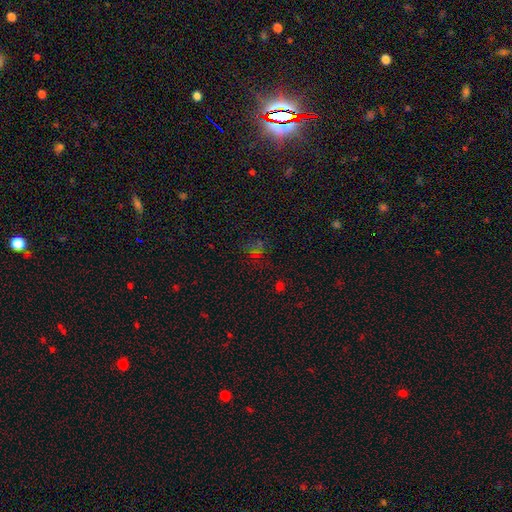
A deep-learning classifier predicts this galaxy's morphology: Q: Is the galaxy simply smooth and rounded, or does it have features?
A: star or artifact — 49%.